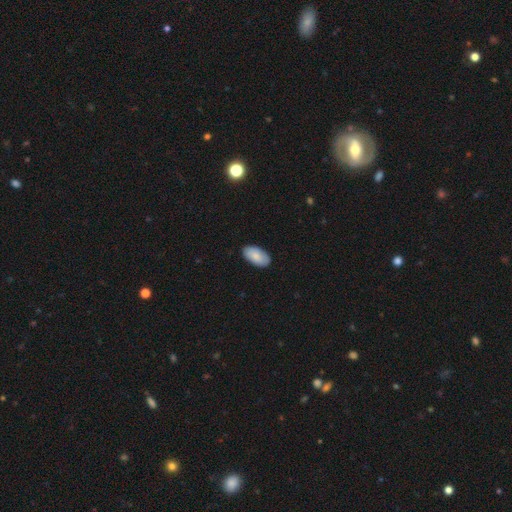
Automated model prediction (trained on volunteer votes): Smooth or featured? Predicted: smooth (p=0.86). How rounded? Predicted: in between (p=0.96). Merging? Predicted: none (p=0.87).